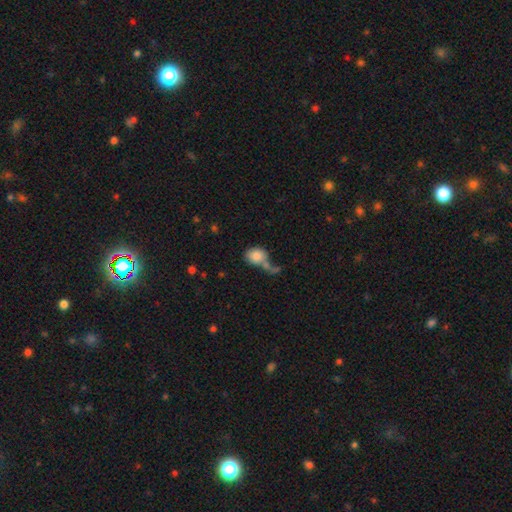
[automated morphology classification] A smooth galaxy with no disk features (83%) that is in between round and cigar-shaped (50%). Merging: none (37%).